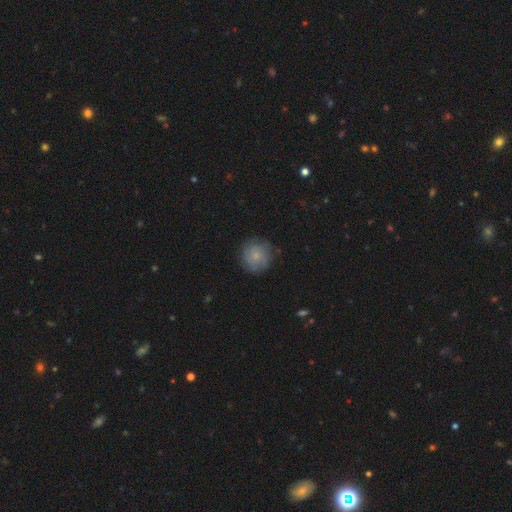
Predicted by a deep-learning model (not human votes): Smooth or featured? smooth (66%)
How rounded? round (90%)
Merging? none (76%)